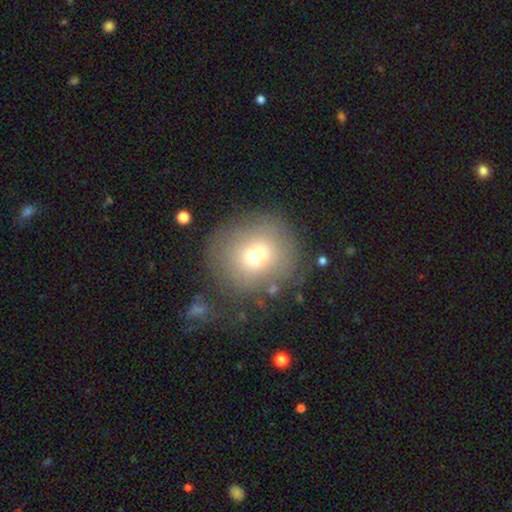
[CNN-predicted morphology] This is likely a smooth galaxy (68%). How rounded: clearly round (86%). Merging: likely none (72%).